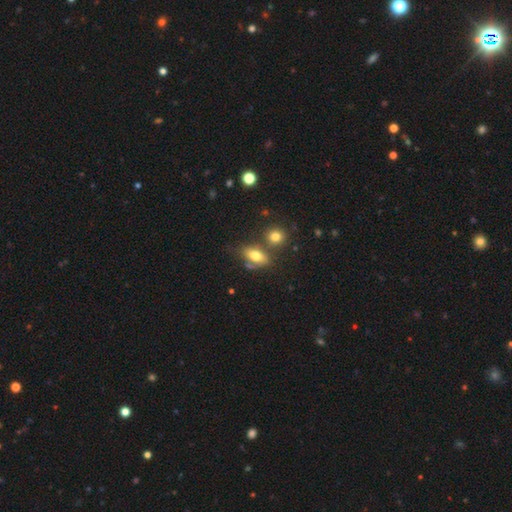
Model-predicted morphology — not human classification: Overall: smooth (73%). How rounded: in between (84%). Merging: none (55%; merger 21%).